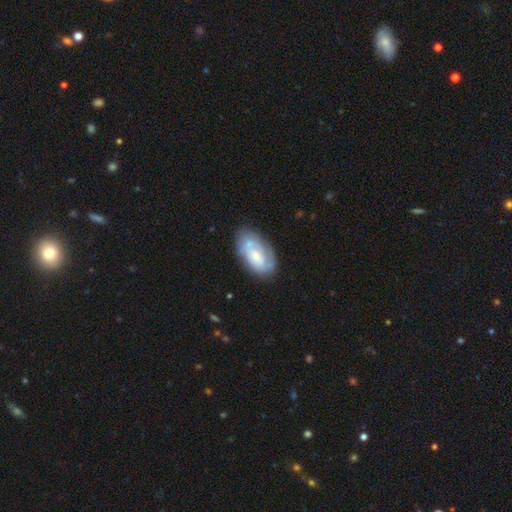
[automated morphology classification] This appears to be a featured or disk galaxy (51%). Merging: none (60%).